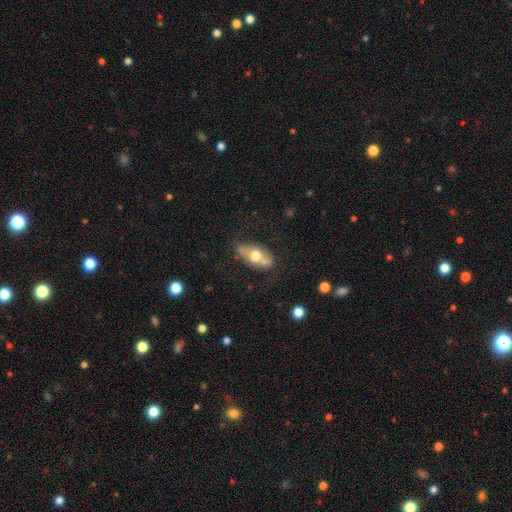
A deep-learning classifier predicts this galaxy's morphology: smooth 56%, featured or disk 37%, star or artifact 7%. Down the decision tree: how rounded — in between (80%); merging — none (52%).